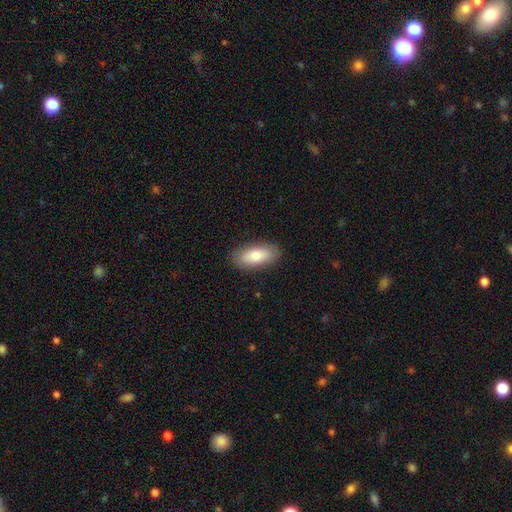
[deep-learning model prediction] This is likely a smooth galaxy (78%). How rounded: clearly in between (86%). Merging: clearly none (88%).